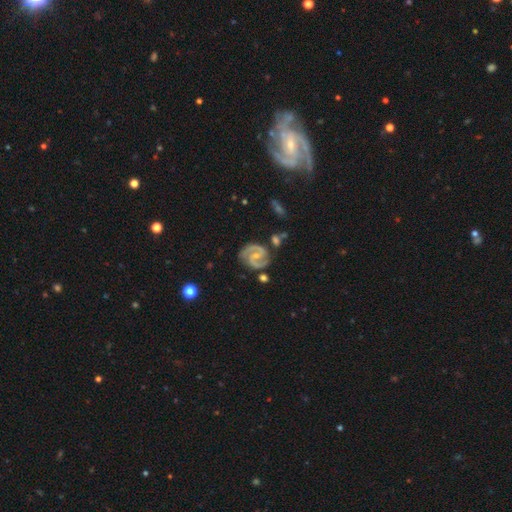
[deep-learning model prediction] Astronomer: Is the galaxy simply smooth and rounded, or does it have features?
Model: featured or disk — 91%.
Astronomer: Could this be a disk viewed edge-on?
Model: no — 98%.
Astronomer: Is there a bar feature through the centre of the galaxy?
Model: weak — 43% (runner-up: no, 38%).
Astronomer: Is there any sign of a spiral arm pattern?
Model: yes — 98%.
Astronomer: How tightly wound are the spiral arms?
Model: medium — 55% (runner-up: tight, 37%).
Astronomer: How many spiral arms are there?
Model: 2 — 93%.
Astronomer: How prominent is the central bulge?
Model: small — 63%.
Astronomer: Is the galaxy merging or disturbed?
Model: none — 75%.